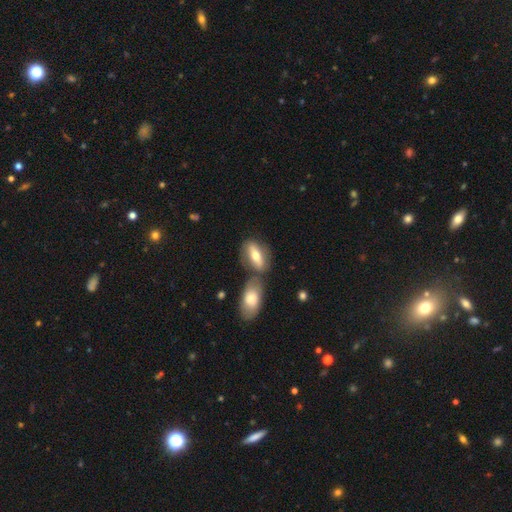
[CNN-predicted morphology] Smooth or featured?
  - smooth: 60% *
  - featured or disk: 34%
  - star or artifact: 6%
How rounded?
  - in between: 74% *
  - cigar-shaped: 21%
  - round: 4%
Merging?
  - none: 51% *
  - merger: 33%
  - minor disturbance: 12%
  - major disturbance: 5%